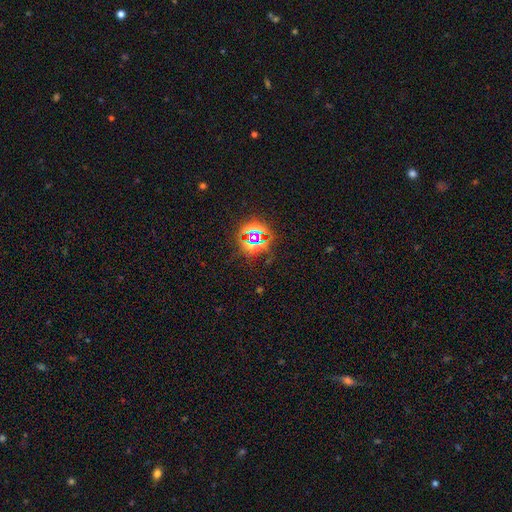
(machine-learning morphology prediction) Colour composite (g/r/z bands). It shows a star or artifact, not a galaxy (78%).